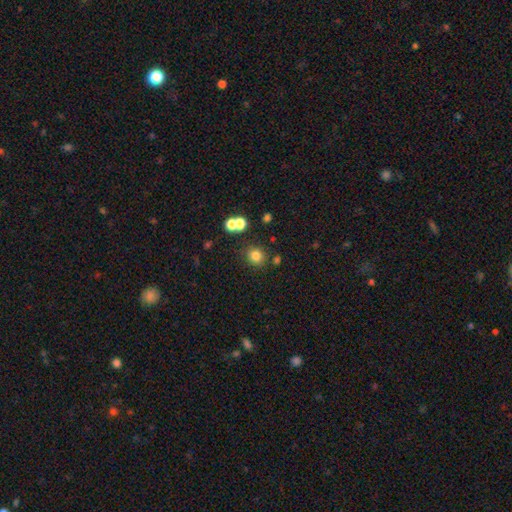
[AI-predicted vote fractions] The model was most divided on "smooth or featured": smooth: 79%, star or artifact: 15%, featured or disk: 6%. More confident: how rounded — round (89%); merging — none (79%).